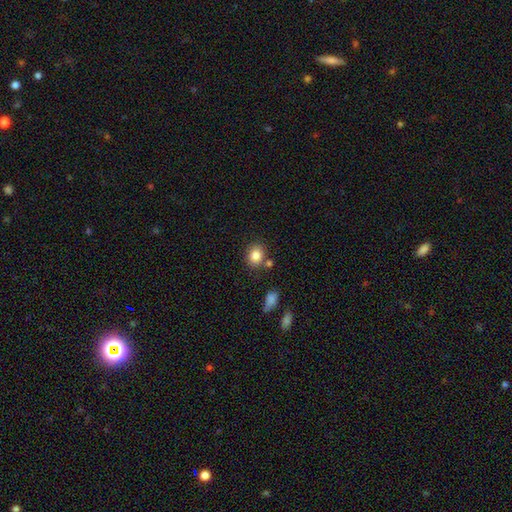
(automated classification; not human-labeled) This appears to be a smooth galaxy with no disk features (84%) that is round (64%). Merging: none (75%).